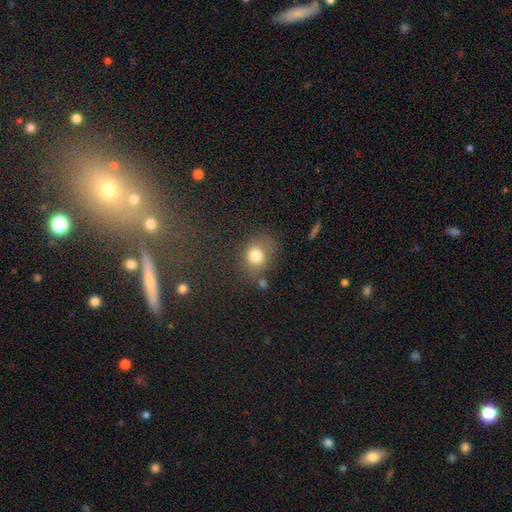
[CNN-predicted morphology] type=smooth (79%); roundness=round (70%); merging=none (67%).